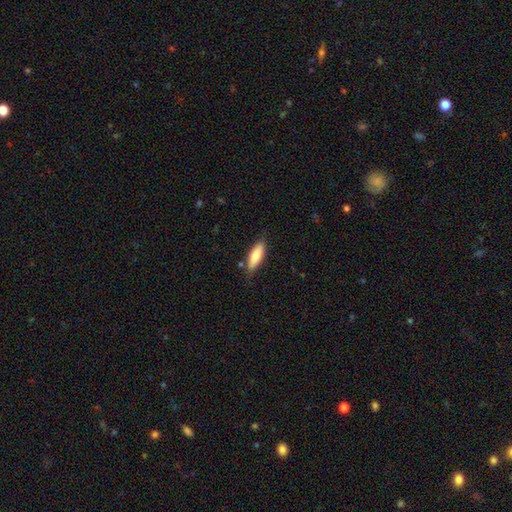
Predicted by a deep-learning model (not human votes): Smooth or featured? smooth (80%)
How rounded? in between (52%)
Merging? none (79%)